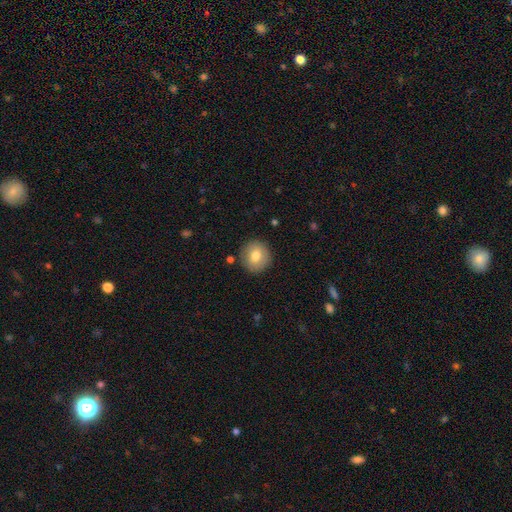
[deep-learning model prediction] Overall: smooth (79%). How rounded: round (90%). Merging: none (88%).